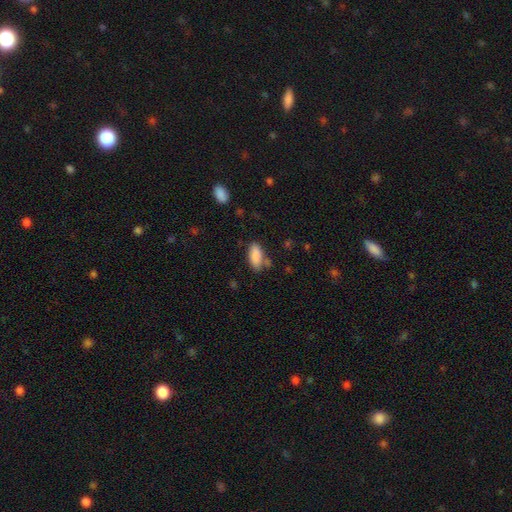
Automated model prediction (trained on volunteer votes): The model was most divided on "merging": none: 72%, minor disturbance: 17%, merger: 7%, major disturbance: 5%. More confident: smooth or featured — smooth (88%); how rounded — in between (88%).